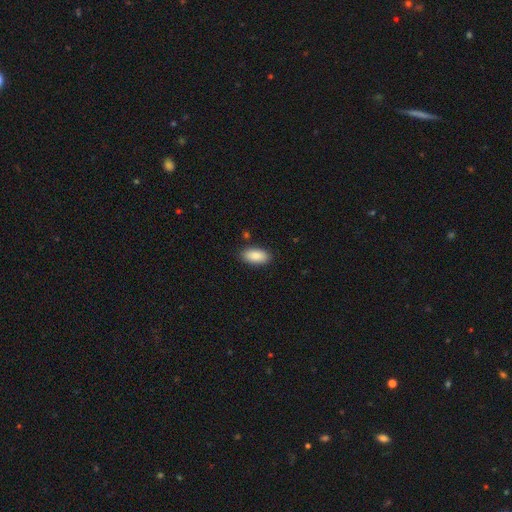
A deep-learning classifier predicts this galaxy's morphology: smooth_or_featured: smooth (p=0.90) [alt: star or artifact p=0.06]
how_rounded: in between (p=0.92) [alt: cigar-shaped p=0.06]
merging: none (p=0.87) [alt: minor disturbance p=0.09]